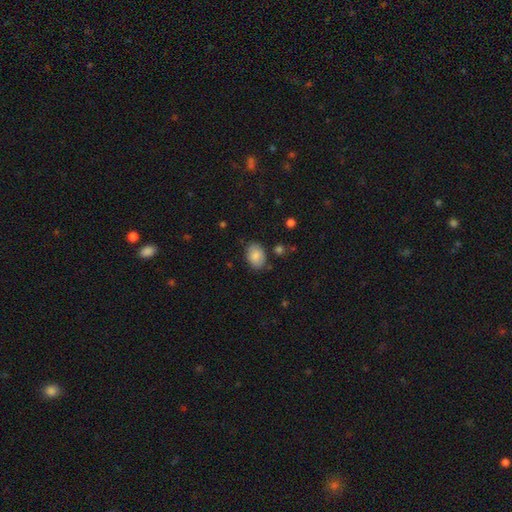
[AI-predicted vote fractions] Q: Smooth or featured?
A: smooth (83%); runner-up: featured or disk (10%)
Q: How rounded?
A: in between (79%); runner-up: round (20%)
Q: Merging?
A: none (80%); runner-up: minor disturbance (15%)